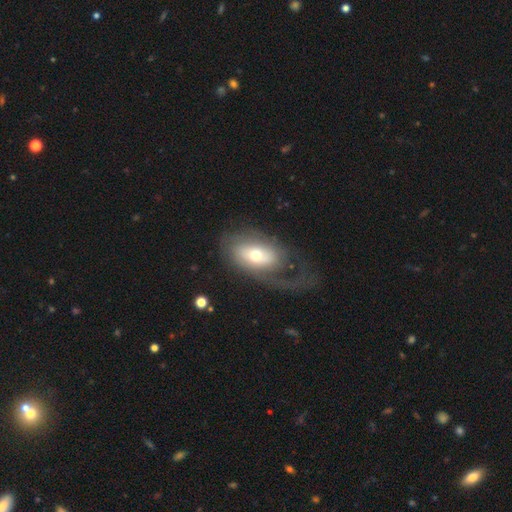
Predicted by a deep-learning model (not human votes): A featured or disk galaxy (50%).

Vote fractions:
- Smooth or featured? featured or disk: 50% / smooth: 43% / star or artifact: 7%
- Merging? major disturbance: 48% / none: 31% / minor disturbance: 19% / merger: 2%